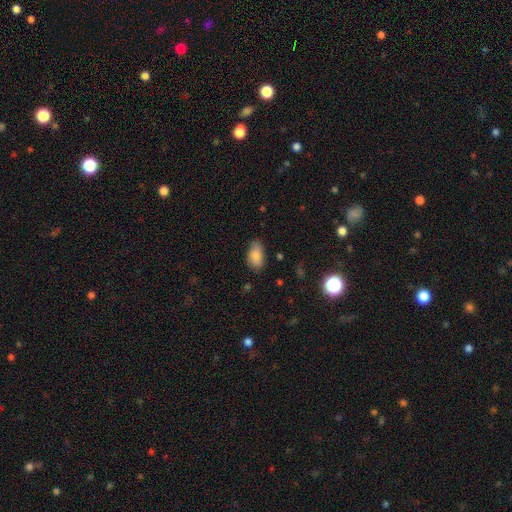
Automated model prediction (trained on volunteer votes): smooth_or_featured: smooth (p=0.86) [alt: star or artifact p=0.08]
how_rounded: in between (p=0.92) [alt: round p=0.06]
merging: none (p=0.70) [alt: minor disturbance p=0.24]